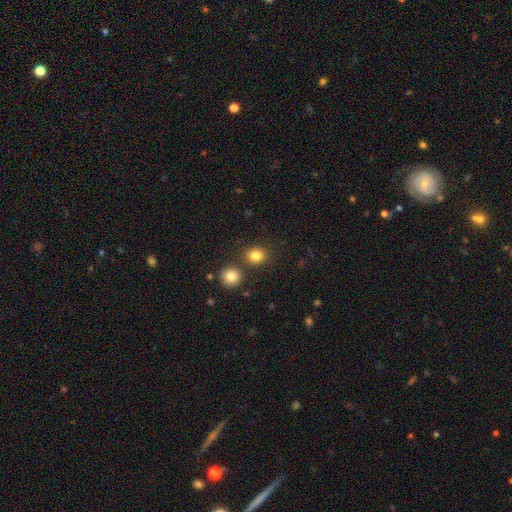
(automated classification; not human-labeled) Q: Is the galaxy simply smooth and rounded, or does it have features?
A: smooth — 82%.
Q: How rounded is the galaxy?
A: round — 74%.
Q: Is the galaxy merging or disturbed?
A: none — 78%.